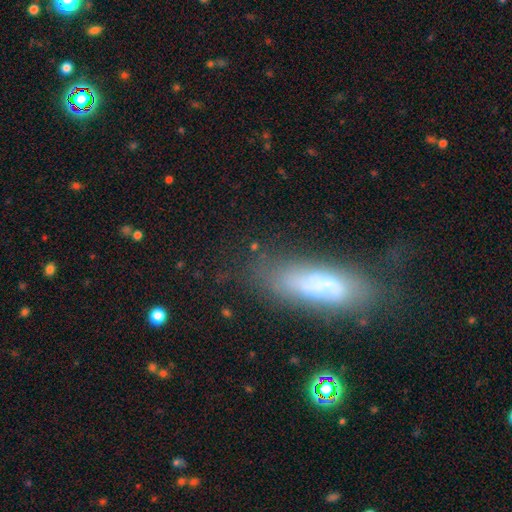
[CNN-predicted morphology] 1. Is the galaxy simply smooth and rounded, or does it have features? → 54% smooth, 32% featured or disk, 14% star or artifact.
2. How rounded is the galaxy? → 49% in between, 48% cigar-shaped, 3% round.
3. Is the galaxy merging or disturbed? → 63% none, 22% minor disturbance, 11% major disturbance, 4% merger.